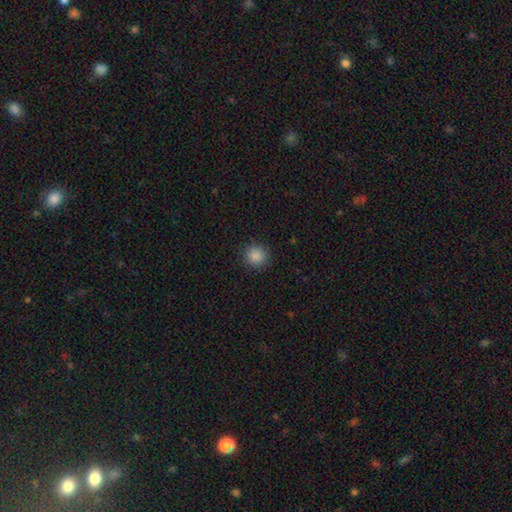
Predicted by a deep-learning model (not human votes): The model was most divided on "smooth or featured": smooth: 87%, star or artifact: 10%, featured or disk: 3%. More confident: how rounded — round (94%); merging — none (91%).